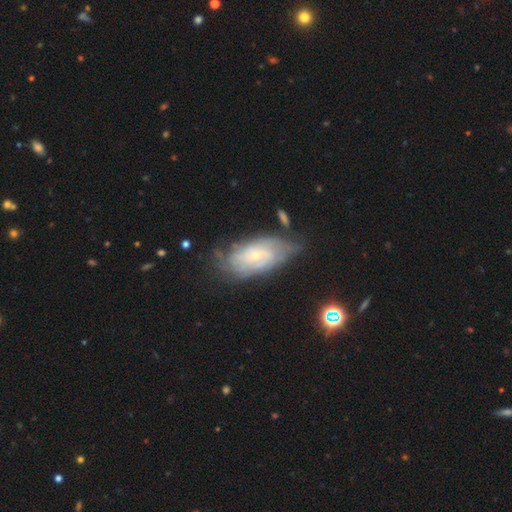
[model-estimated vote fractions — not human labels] This appears to be a featured or disk galaxy (77%) with no bar (69%), tight (66%) spiral arms (90%) and a small central bulge (74%). Merging: none (60%).